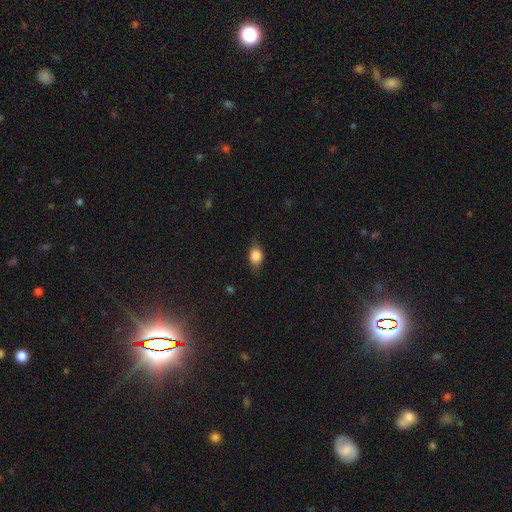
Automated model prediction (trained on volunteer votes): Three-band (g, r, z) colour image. It shows a smooth galaxy with no disk features (81%) that is in between round and cigar-shaped (70%). Merging: none (74%).